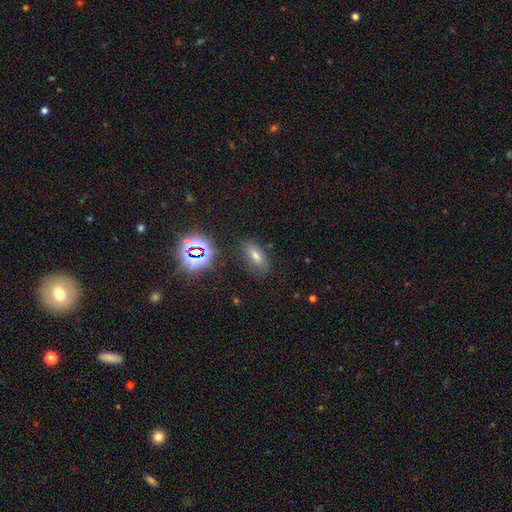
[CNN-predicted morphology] Smooth or featured?
  - smooth: 59% *
  - star or artifact: 26%
  - featured or disk: 15%
How rounded?
  - in between: 80% *
  - cigar-shaped: 11%
  - round: 9%
Merging?
  - none: 79% *
  - minor disturbance: 13%
  - major disturbance: 4%
  - merger: 3%